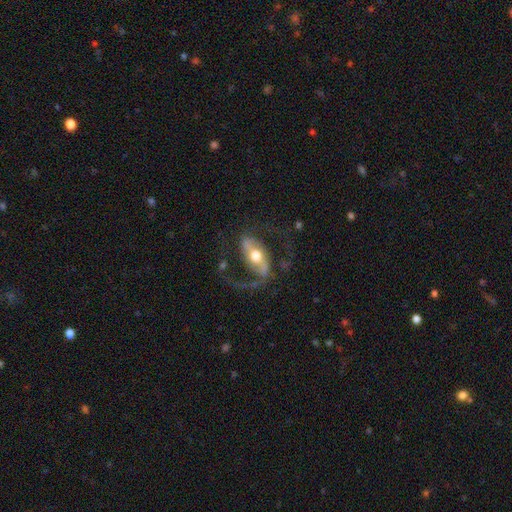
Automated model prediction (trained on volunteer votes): A featured or disk galaxy (83%) with a strong bar (45%), 2 (87%) loose (58%) spiral arms (92%) and a moderate central bulge (71%).

Vote fractions:
- Smooth or featured? featured or disk: 83% / smooth: 12% / star or artifact: 5%
- Edge-on disk? no: 93% / yes: 7%
- Bar? strong: 45% / weak: 31% / no: 24%
- Spiral arms? yes: 92% / no: 8%
- Spiral winding? loose: 58% / medium: 34% / tight: 8%
- Spiral arm count? 2: 87% / 1: 7% / can't tell: 2% / 3: 1% / 4: 1% / more than 4: 1%
- Bulge size? moderate: 71% / large: 16% / small: 10% / dominant: 2% / none: 1%
- Merging? none: 62% / major disturbance: 22% / minor disturbance: 14% / merger: 2%